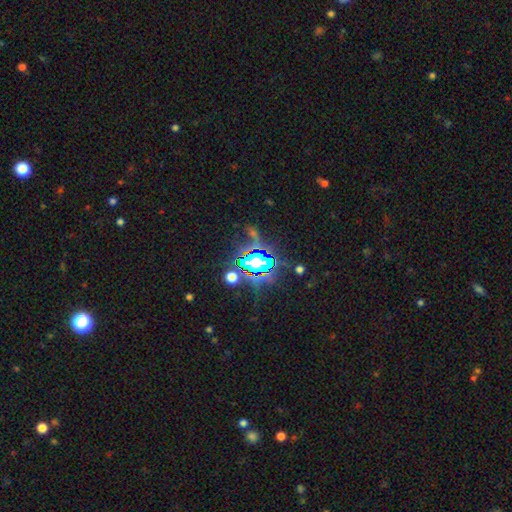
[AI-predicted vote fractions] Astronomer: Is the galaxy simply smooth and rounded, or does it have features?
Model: star or artifact — 84%.